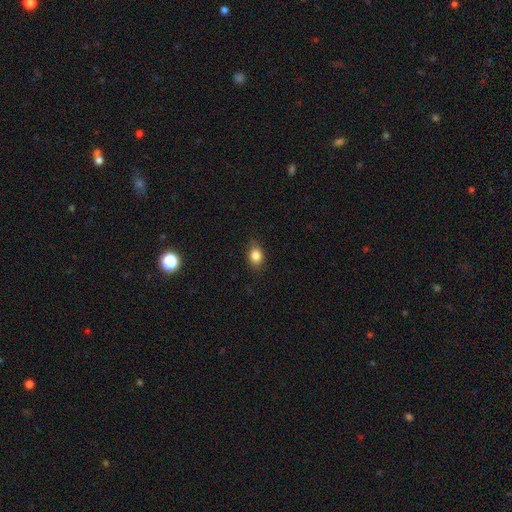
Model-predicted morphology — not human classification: Smooth or featured: smooth — 85% (star or artifact — 10%)
How rounded: in between — 58% (round — 41%)
Merging: none — 82% (minor disturbance — 14%)